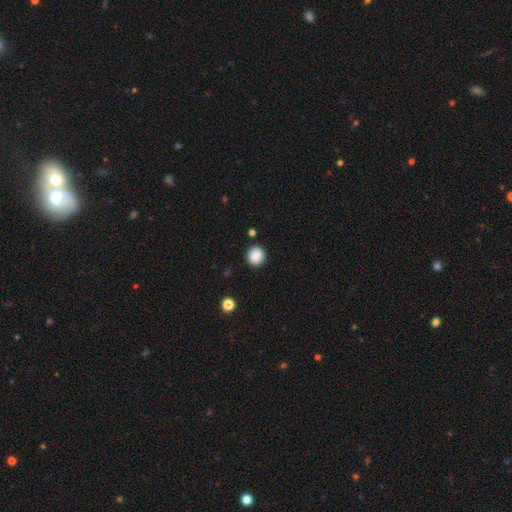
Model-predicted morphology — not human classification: This is clearly a smooth galaxy (88%). How rounded: clearly round (92%). Merging: clearly none (89%).